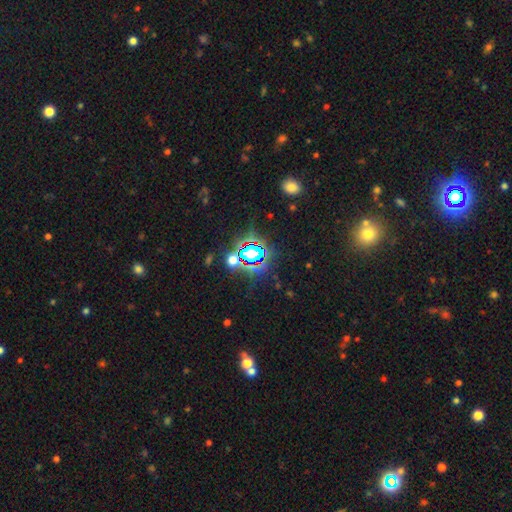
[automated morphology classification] smooth_or_featured: star or artifact (p=0.77) [alt: smooth p=0.14]